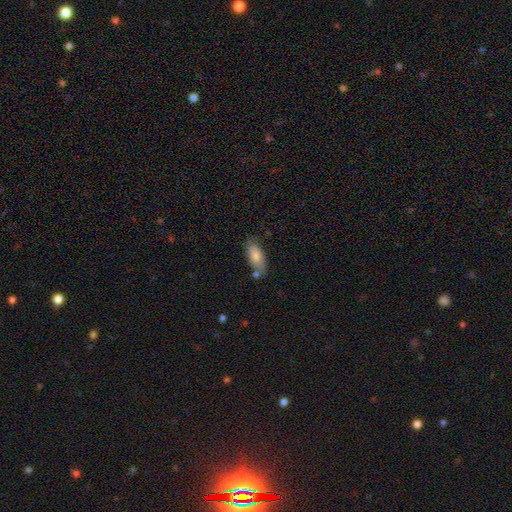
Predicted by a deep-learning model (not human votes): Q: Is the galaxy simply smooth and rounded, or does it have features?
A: smooth — 81%.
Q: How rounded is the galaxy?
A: in between — 85%.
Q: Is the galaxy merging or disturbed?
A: none — 67%.